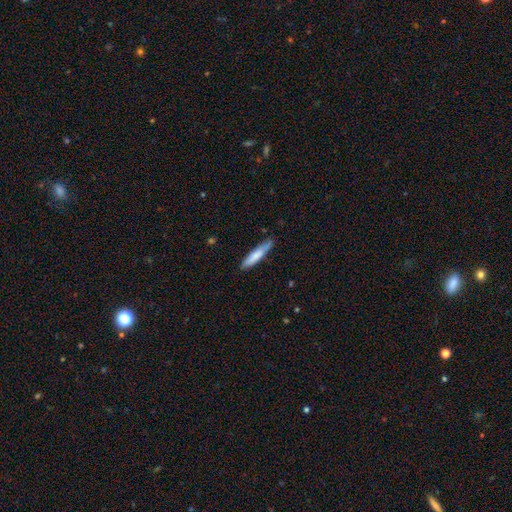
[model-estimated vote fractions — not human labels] A smooth galaxy with no disk features (75%) that is cigar-shaped (87%). Merging: none (79%).